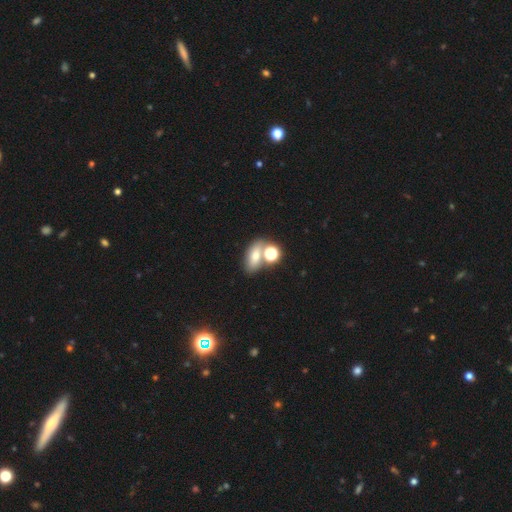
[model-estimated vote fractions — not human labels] smooth_or_featured: smooth (p=0.65) [alt: featured or disk p=0.18]
how_rounded: in between (p=0.73) [alt: round p=0.22]
merging: none (p=0.49) [alt: merger p=0.34]